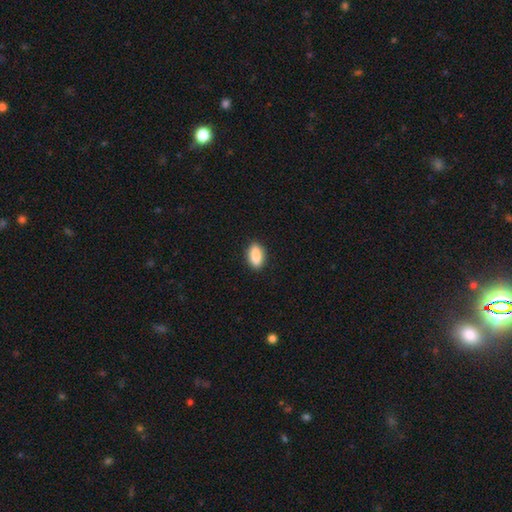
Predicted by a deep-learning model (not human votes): A smooth galaxy with no disk features (88%) that is in between round and cigar-shaped (87%). Merging: none (89%).